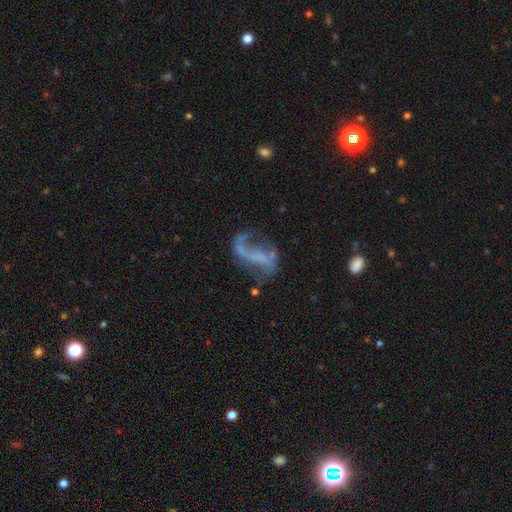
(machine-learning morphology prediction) This is likely a featured or disk galaxy (74%). It is clearly not viewed edge-on (95%). Bar: marginally no (36%). Spiral arm pattern: likely yes (74%). Spiral arm count: likely 2 (71%). Spiral winding: likely loose (79%). Central bulge: likely none (71%). Merging: marginally none (44%).